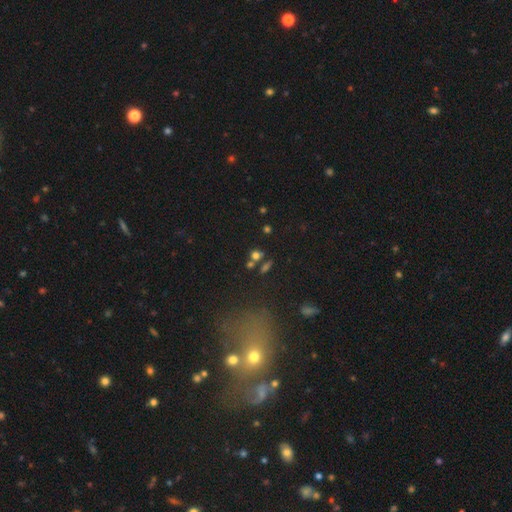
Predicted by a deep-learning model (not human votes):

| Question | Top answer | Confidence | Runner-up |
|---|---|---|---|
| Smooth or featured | smooth | 66% | star or artifact (21%) |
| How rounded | round | 51% | in between (44%) |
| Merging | none | 56% | merger (29%) |